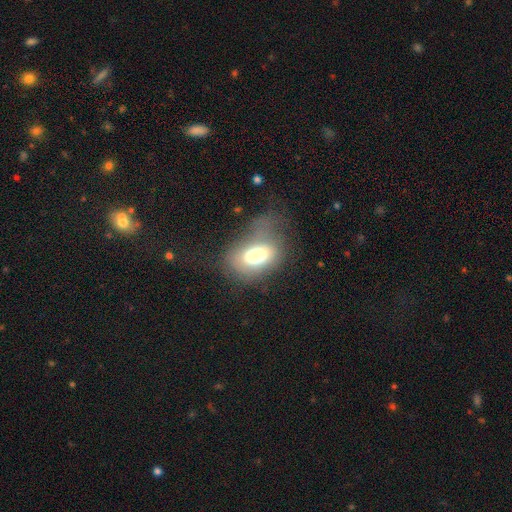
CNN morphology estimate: The model was most divided on "merging": none: 38%, major disturbance: 33%, minor disturbance: 27%, merger: 3%. More confident: how rounded — in between (84%); smooth or featured — smooth (70%).